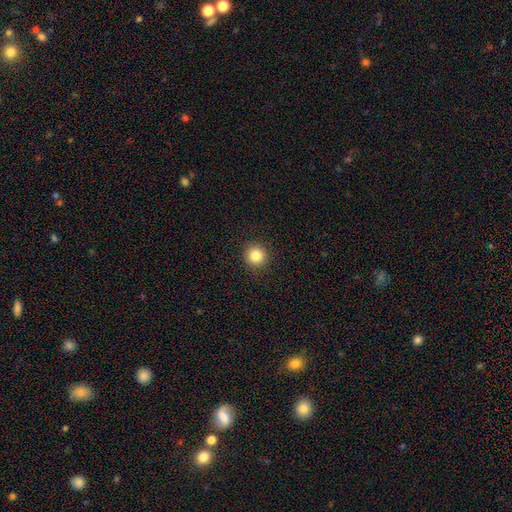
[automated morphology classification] Smooth or featured? Predicted: smooth (p=0.84). How rounded? Predicted: round (p=0.94). Merging? Predicted: none (p=0.92).